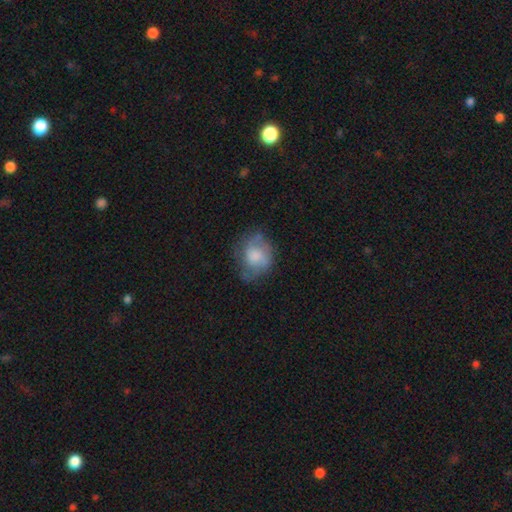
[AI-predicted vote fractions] smooth 57%, featured or disk 35%, star or artifact 8%. Down the decision tree: how rounded — round (61%); merging — none (51%).